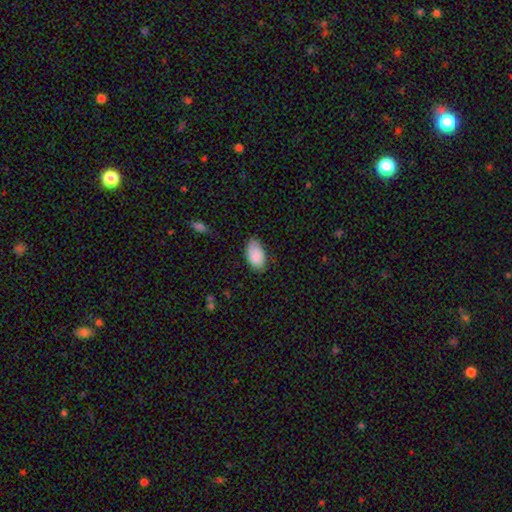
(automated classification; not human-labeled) This is clearly a smooth galaxy (87%). How rounded: clearly in between (94%). Merging: likely none (68%).